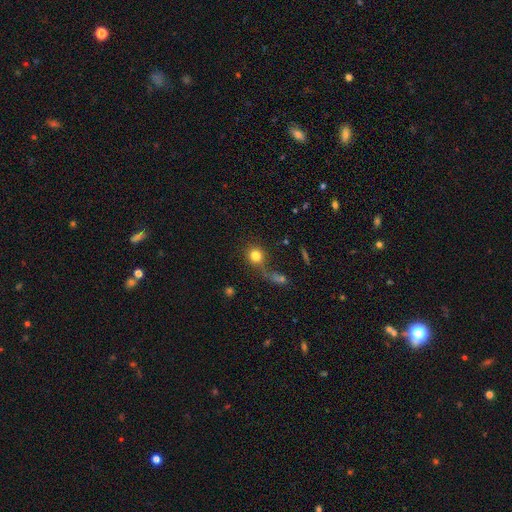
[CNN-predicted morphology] Overall: smooth (80%). How rounded: round (89%). Merging: none (64%).